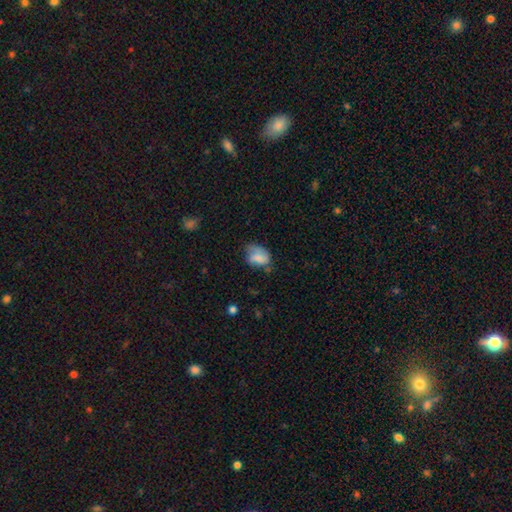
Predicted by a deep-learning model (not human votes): Smooth or featured? Predicted: smooth (p=0.66). How rounded? Predicted: in between (p=0.77). Merging? Predicted: none (p=0.37, tied with minor disturbance).